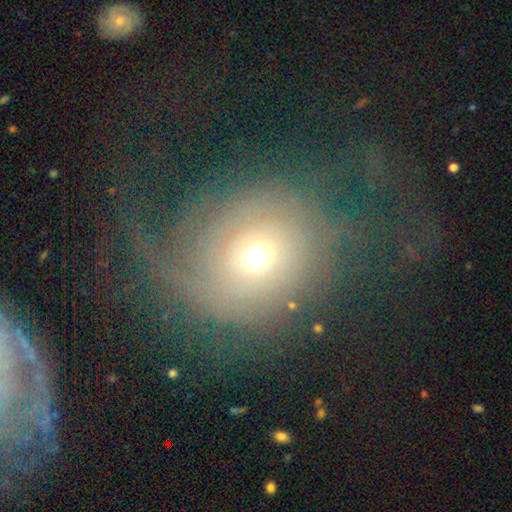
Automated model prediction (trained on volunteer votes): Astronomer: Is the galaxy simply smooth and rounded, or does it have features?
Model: featured or disk — 51% (runner-up: smooth, 37%).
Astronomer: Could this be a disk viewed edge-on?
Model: no — 95%.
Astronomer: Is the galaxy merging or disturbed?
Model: none — 42% (runner-up: major disturbance, 41%).